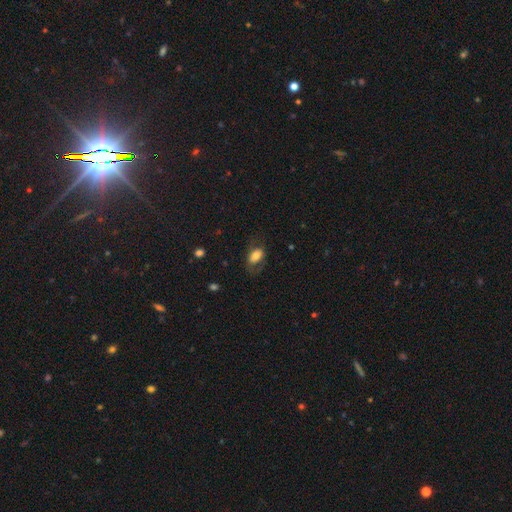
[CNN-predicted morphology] smooth-or-featured: smooth: 70% | featured or disk: 21% | star or artifact: 8%
  how-rounded: in between: 89% | round: 9% | cigar-shaped: 2%
  merging: none: 60% | minor disturbance: 21% | major disturbance: 18% | merger: 2%